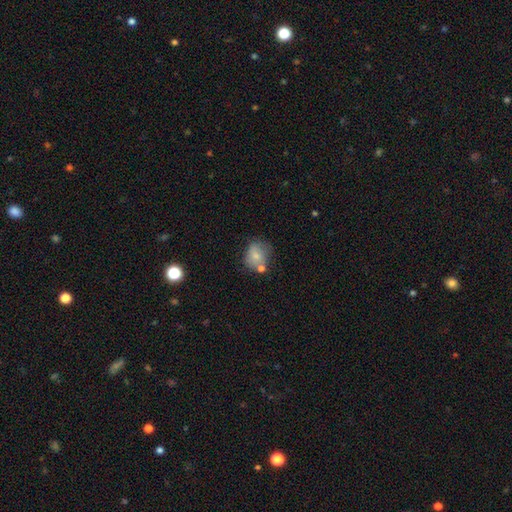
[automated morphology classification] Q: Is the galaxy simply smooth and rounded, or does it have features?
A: smooth — 70%.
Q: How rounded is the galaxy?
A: round — 63%.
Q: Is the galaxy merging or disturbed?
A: none — 50%.